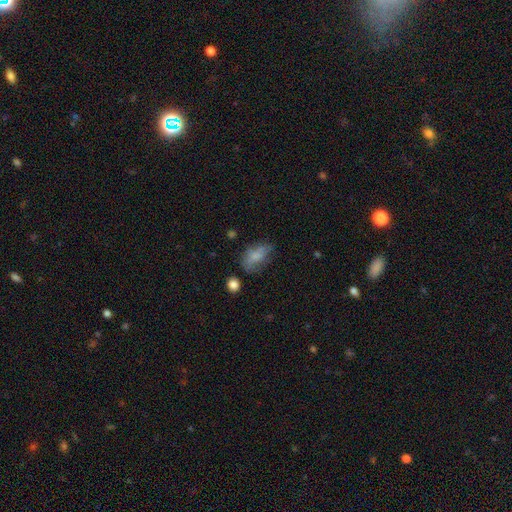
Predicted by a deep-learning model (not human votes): Smooth or featured?
  - smooth: 66% *
  - featured or disk: 23%
  - star or artifact: 11%
How rounded?
  - in between: 85% *
  - round: 11%
  - cigar-shaped: 4%
Merging?
  - none: 44% *
  - minor disturbance: 30%
  - major disturbance: 20%
  - merger: 6%